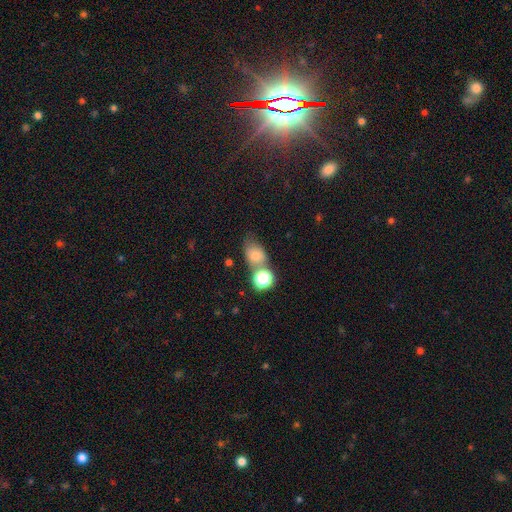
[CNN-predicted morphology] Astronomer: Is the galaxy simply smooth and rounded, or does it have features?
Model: smooth — 72%.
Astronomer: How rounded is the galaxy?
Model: in between — 65%.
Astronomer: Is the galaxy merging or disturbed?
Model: none — 47% (runner-up: merger, 27%).